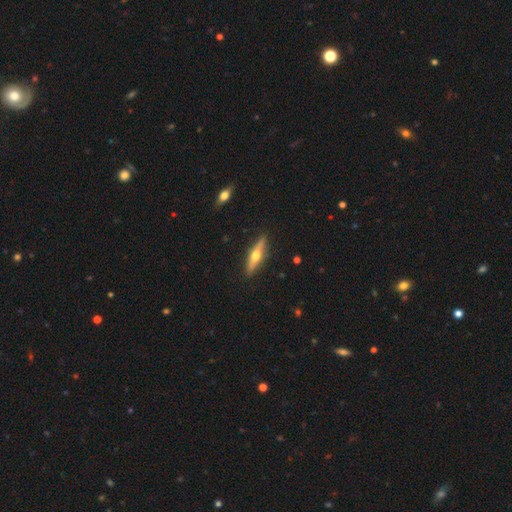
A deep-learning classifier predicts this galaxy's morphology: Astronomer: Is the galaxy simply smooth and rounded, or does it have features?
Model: featured or disk — 59% (runner-up: smooth, 35%).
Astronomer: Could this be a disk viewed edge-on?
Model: yes — 94%.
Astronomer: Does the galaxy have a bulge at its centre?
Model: rounded — 94%.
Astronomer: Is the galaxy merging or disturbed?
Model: none — 89%.